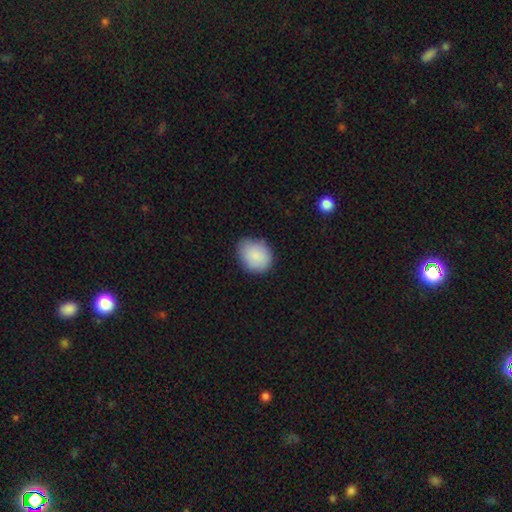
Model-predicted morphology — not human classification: This appears to be a smooth galaxy with no disk features (88%) that is round (54%). Merging: none (77%).